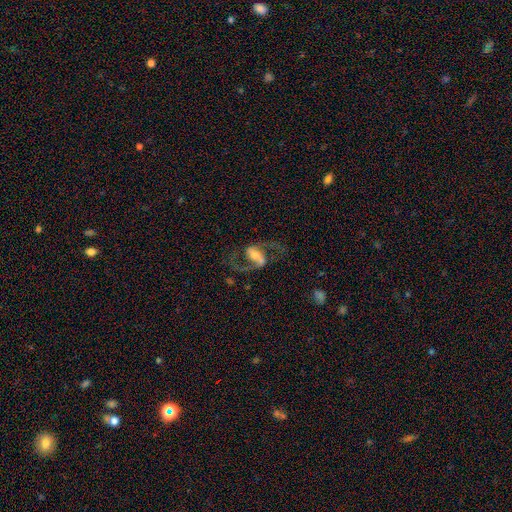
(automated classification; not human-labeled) A featured or disk galaxy (86%) with a weak bar (44%), 2 (92%) loose (53%) spiral arms (95%) and a moderate central bulge (44%).

Vote fractions:
- Smooth or featured? featured or disk: 86% / smooth: 7% / star or artifact: 6%
- Edge-on disk? no: 97% / yes: 3%
- Bar? weak: 44% / strong: 32% / no: 25%
- Spiral arms? yes: 95% / no: 5%
- Spiral winding? loose: 53% / medium: 40% / tight: 6%
- Spiral arm count? 2: 92% / 1: 4% / can't tell: 2% / 3: 1% / 4: 1% / more than 4: 1%
- Bulge size? moderate: 44% / small: 28% / large: 17% / none: 8% / dominant: 3%
- Merging? none: 67% / major disturbance: 17% / minor disturbance: 13% / merger: 3%